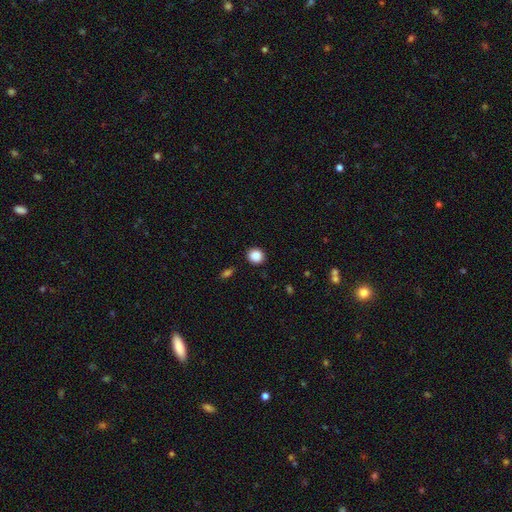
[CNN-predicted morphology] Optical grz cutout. It shows a smooth galaxy with no disk features (88%) that is round (85%). Merging: none (90%).